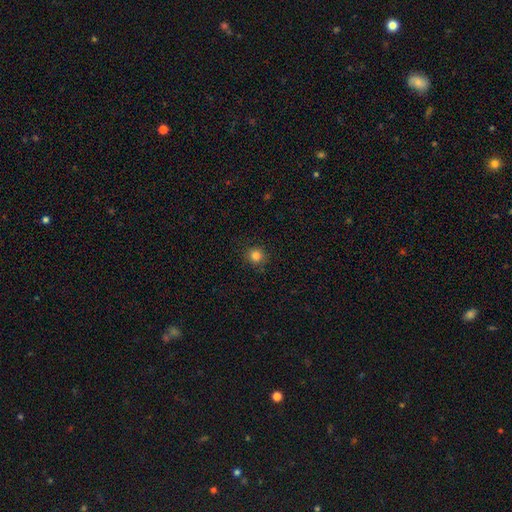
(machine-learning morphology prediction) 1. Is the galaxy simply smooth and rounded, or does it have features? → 83% smooth, 12% star or artifact, 4% featured or disk.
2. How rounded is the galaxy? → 92% round, 7% in between, 1% cigar-shaped.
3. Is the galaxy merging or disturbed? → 89% none, 8% minor disturbance, 2% major disturbance, 1% merger.